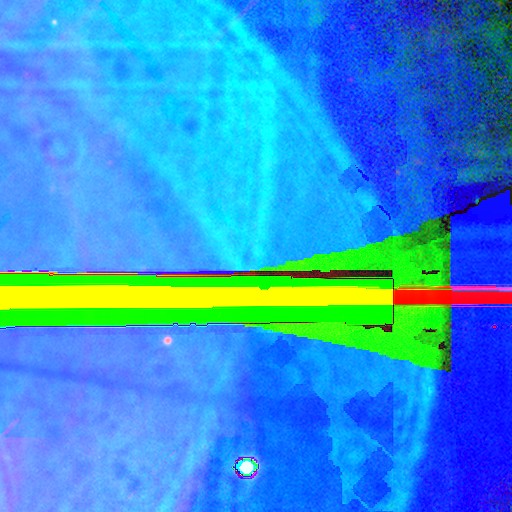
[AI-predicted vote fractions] smooth-or-featured: star or artifact: 84% | featured or disk: 10% | smooth: 7%